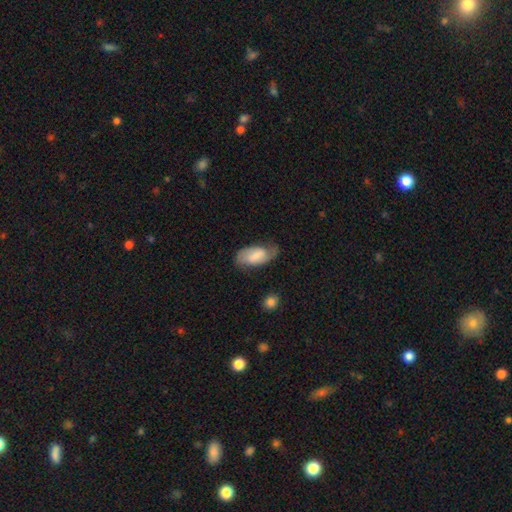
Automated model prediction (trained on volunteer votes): This appears to be a smooth galaxy with no disk features (49%). Merging: none (60%).